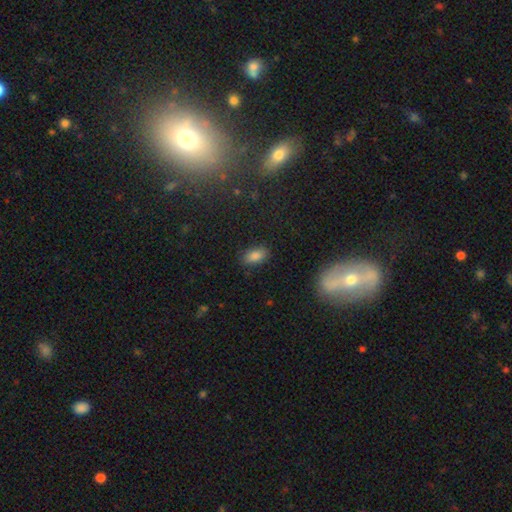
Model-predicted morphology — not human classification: Smooth or featured?
  - smooth: 85% *
  - star or artifact: 10%
  - featured or disk: 5%
How rounded?
  - in between: 92% *
  - round: 5%
  - cigar-shaped: 3%
Merging?
  - none: 85% *
  - minor disturbance: 11%
  - major disturbance: 3%
  - merger: 1%